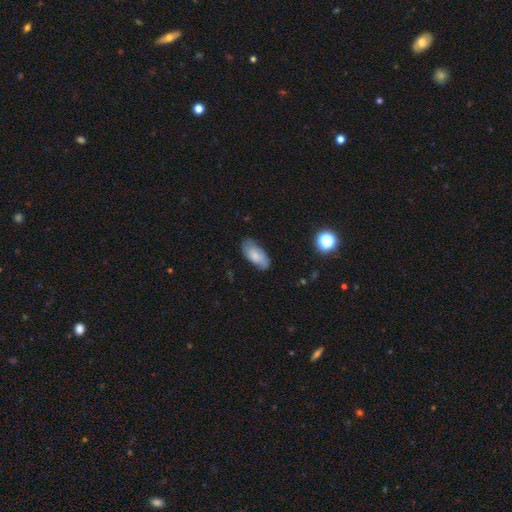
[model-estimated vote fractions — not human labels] Morphology: type=smooth (66%); roundness=in between (91%); merging=none (69%).